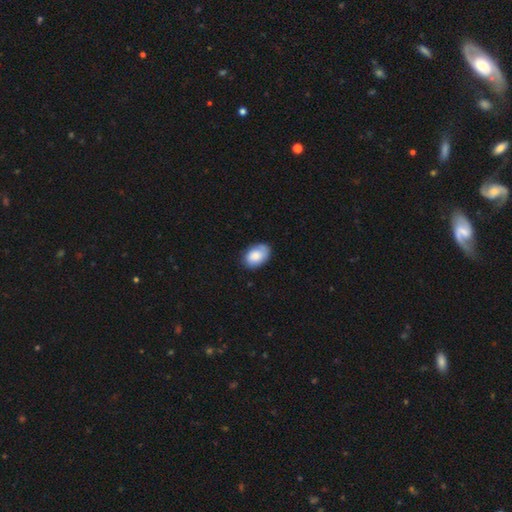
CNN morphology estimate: Smooth or featured? smooth (76%)
How rounded? in between (86%)
Merging? none (74%)